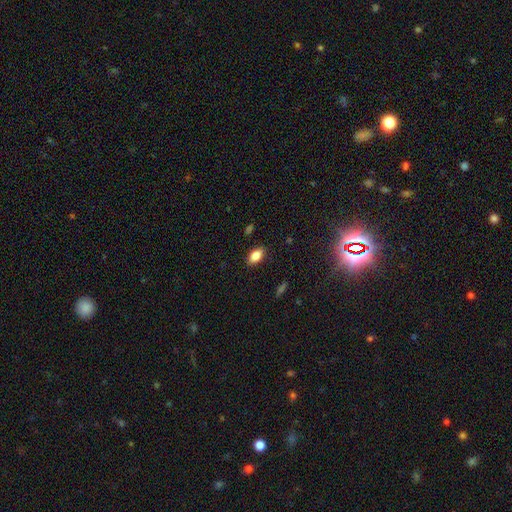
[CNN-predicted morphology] Smooth or featured? smooth (84%)
How rounded? in between (90%)
Merging? none (87%)